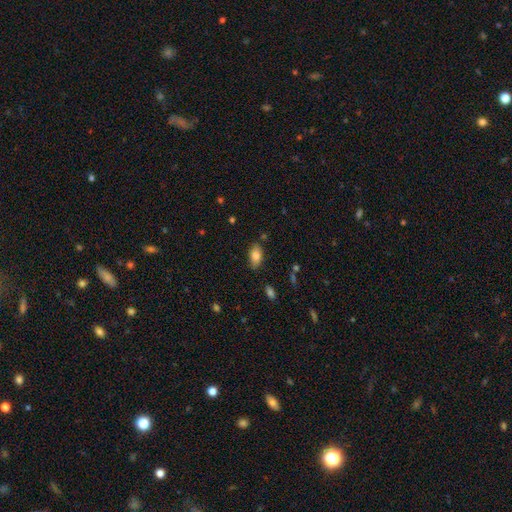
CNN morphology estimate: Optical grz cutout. It shows a smooth galaxy with no disk features (81%) that is in between round and cigar-shaped (92%). Merging: none (83%).